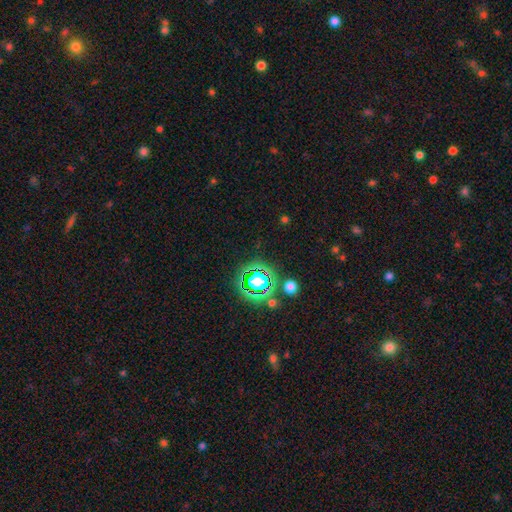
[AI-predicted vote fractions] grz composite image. It shows a star or artifact, not a galaxy (78%).